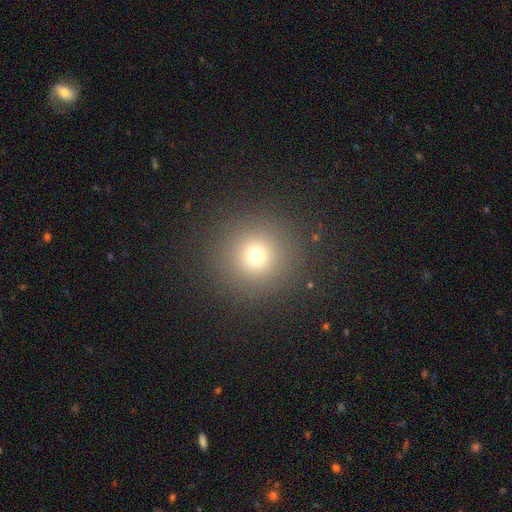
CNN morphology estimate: This appears to be a smooth galaxy with no disk features (70%) that is round (95%). Merging: none (89%).